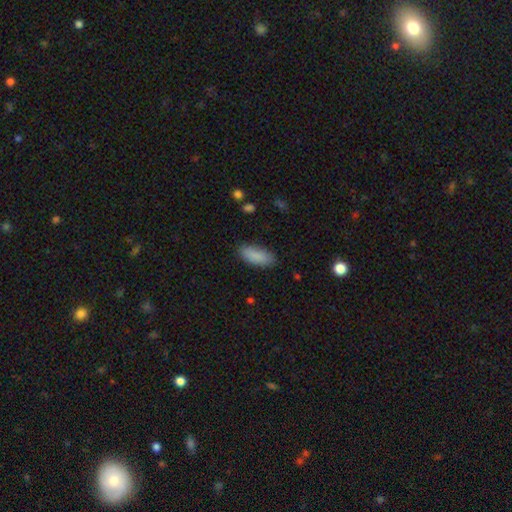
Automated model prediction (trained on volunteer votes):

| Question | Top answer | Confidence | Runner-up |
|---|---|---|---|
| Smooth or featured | smooth | 88% | star or artifact (7%) |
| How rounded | in between | 80% | cigar-shaped (18%) |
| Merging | none | 84% | minor disturbance (12%) |